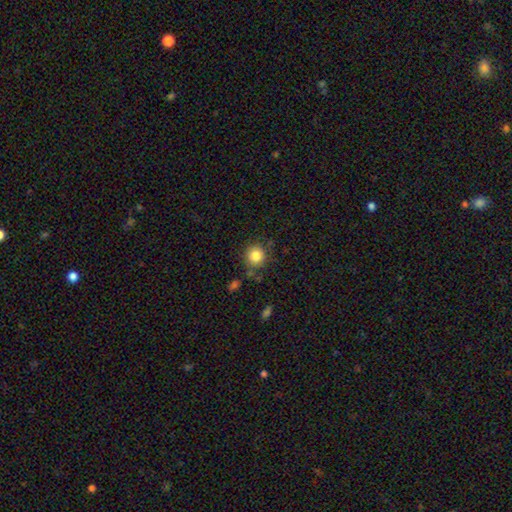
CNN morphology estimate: A smooth galaxy with no disk features (84%) that is round (91%). Merging: none (81%).